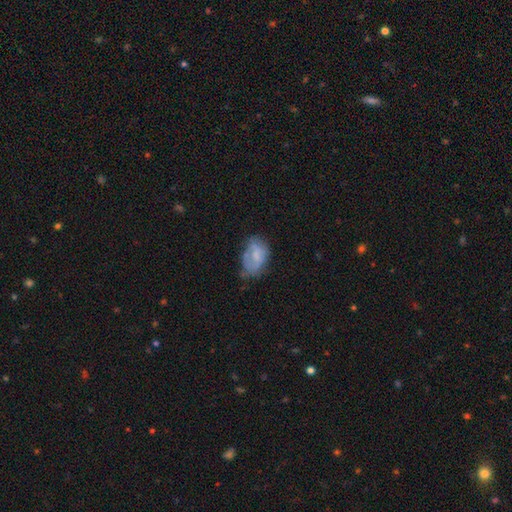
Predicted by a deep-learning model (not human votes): smooth_or_featured: smooth (p=0.55) [alt: featured or disk p=0.37]
how_rounded: in between (p=0.87) [alt: round p=0.11]
merging: none (p=0.39) [alt: minor disturbance p=0.36]